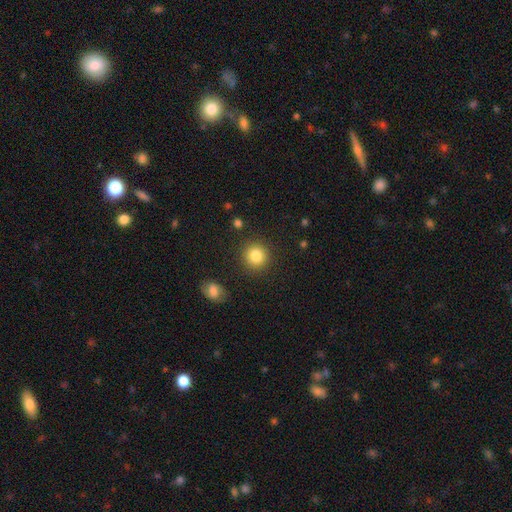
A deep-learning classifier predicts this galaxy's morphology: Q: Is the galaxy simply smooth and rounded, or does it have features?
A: smooth — 85%.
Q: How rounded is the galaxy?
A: round — 91%.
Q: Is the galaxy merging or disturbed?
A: none — 89%.